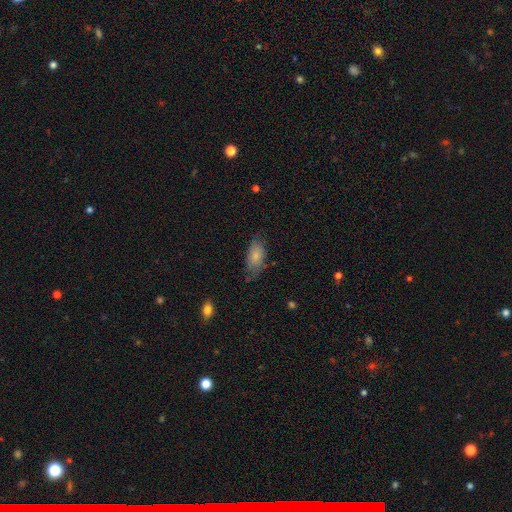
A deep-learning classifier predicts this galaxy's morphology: Smooth or featured? Predicted: smooth (p=0.81). How rounded? Predicted: in between (p=0.91). Merging? Predicted: none (p=0.65).